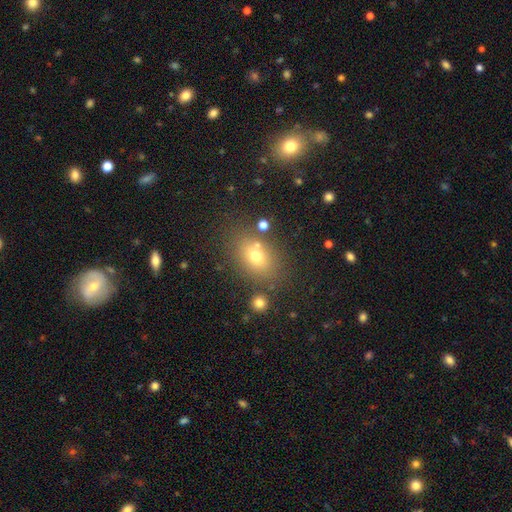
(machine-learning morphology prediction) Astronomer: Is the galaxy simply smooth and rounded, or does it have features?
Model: smooth — 68%.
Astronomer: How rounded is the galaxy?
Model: in between — 67%.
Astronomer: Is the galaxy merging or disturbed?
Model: none — 74%.